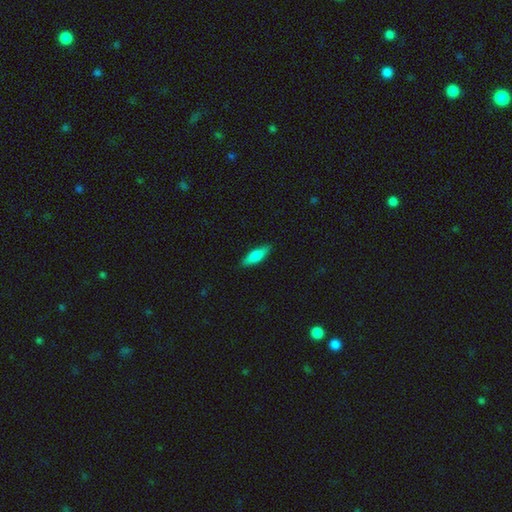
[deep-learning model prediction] Q: Smooth or featured?
A: smooth (75%); runner-up: featured or disk (19%)
Q: How rounded?
A: in between (51%); runner-up: cigar-shaped (47%)
Q: Merging?
A: none (88%); runner-up: minor disturbance (9%)